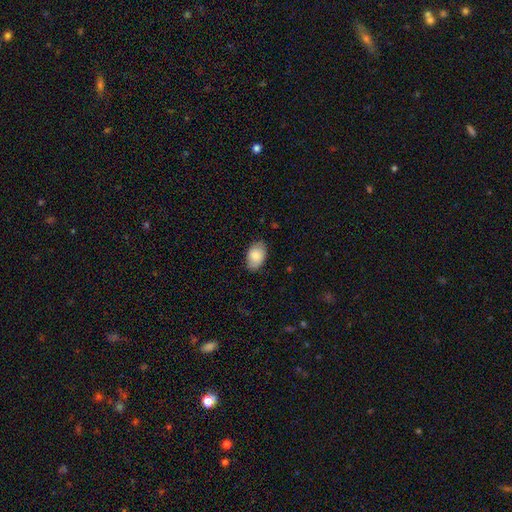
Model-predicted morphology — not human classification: Smooth or featured? smooth (84%)
How rounded? in between (90%)
Merging? none (80%)